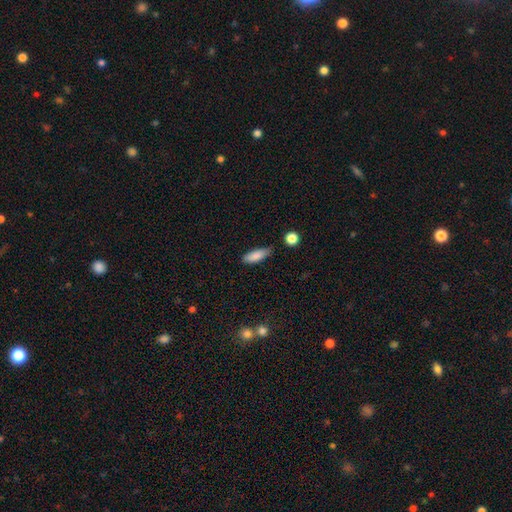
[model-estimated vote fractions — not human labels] Overall: smooth (85%). How rounded: in between (64%; cigar-shaped 34%). Merging: none (73%).